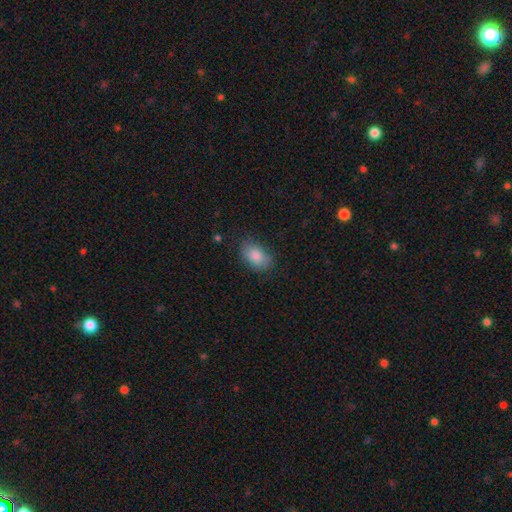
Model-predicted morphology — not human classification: The model was most divided on "merging": none: 77%, minor disturbance: 17%, major disturbance: 4%, merger: 1%. More confident: how rounded — in between (87%); smooth or featured — smooth (85%).